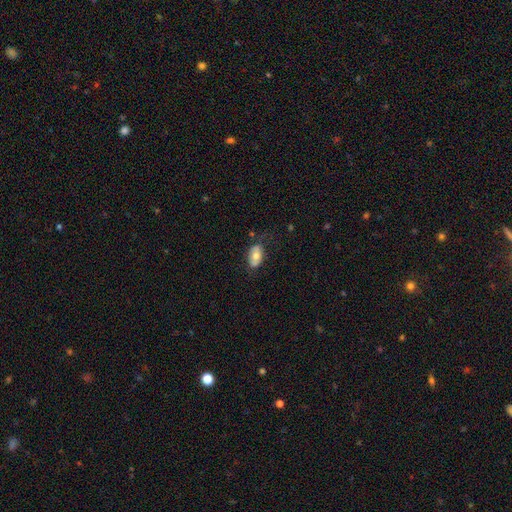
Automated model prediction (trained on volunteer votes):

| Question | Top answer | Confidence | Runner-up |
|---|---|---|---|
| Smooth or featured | smooth | 66% | featured or disk (27%) |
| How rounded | in between | 91% | round (7%) |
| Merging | none | 66% | minor disturbance (22%) |